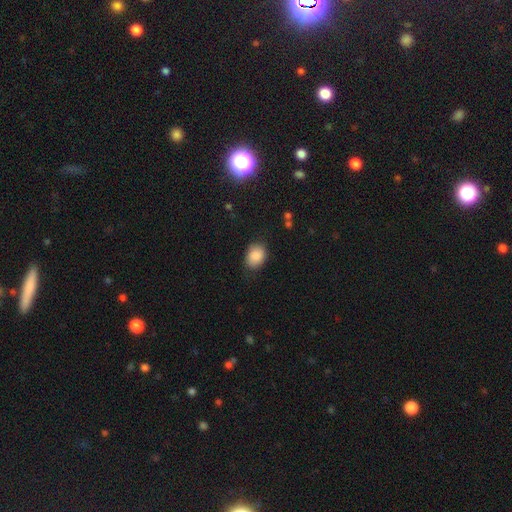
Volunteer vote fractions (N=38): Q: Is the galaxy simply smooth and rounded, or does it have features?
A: smooth — 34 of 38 (89%).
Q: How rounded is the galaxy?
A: in between — 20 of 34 (59%).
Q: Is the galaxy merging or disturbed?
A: none — 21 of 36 (58%).